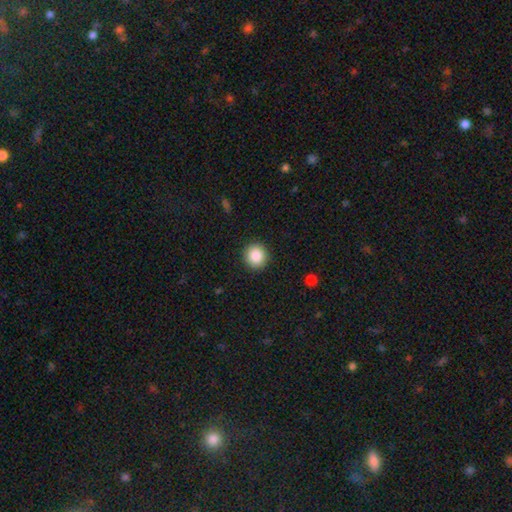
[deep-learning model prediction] Smooth or featured: smooth — 87% (star or artifact — 9%)
How rounded: round — 93% (in between — 6%)
Merging: none — 92% (minor disturbance — 5%)